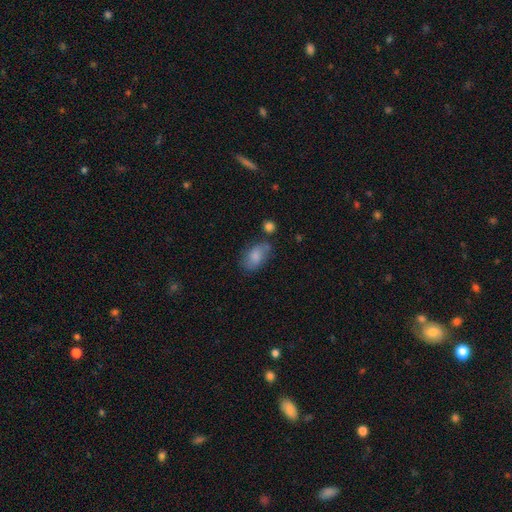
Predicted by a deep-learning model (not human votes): Morphology: type=smooth (76%); roundness=in between (88%); merging=none (61%).